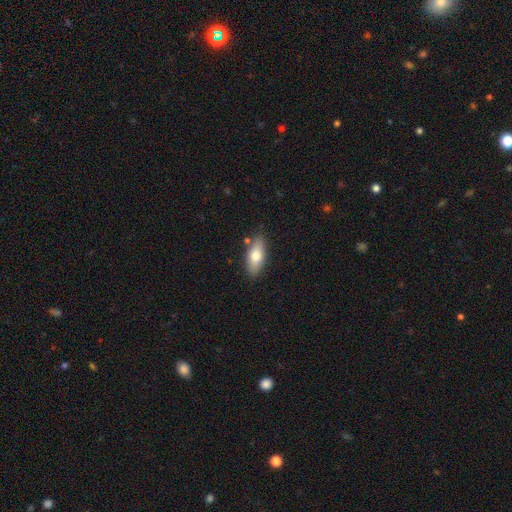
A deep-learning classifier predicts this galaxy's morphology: A smooth galaxy with no disk features (71%) that is in between round and cigar-shaped (78%). Merging: none (83%).